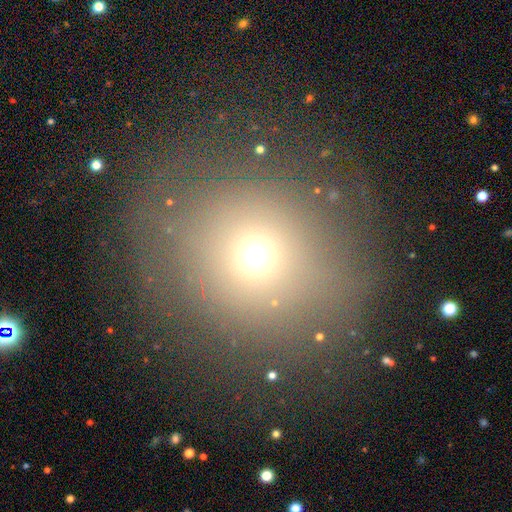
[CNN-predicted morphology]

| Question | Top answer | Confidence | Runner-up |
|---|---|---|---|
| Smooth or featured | smooth | 64% | star or artifact (23%) |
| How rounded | round | 83% | in between (15%) |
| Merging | none | 68% | minor disturbance (15%) |